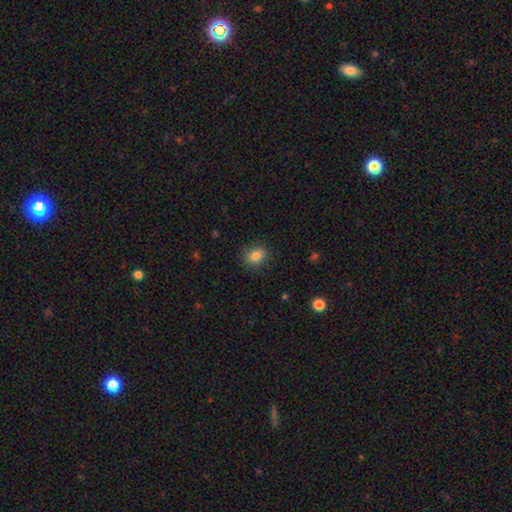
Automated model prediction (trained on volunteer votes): Overall: smooth (82%). How rounded: in between (54%; round 45%). Merging: none (85%).